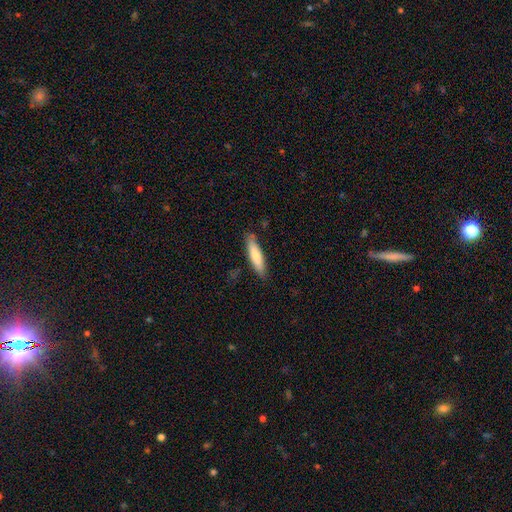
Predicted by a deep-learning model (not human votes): This appears to be a smooth galaxy with no disk features (74%) that is cigar-shaped (77%). Merging: none (84%).